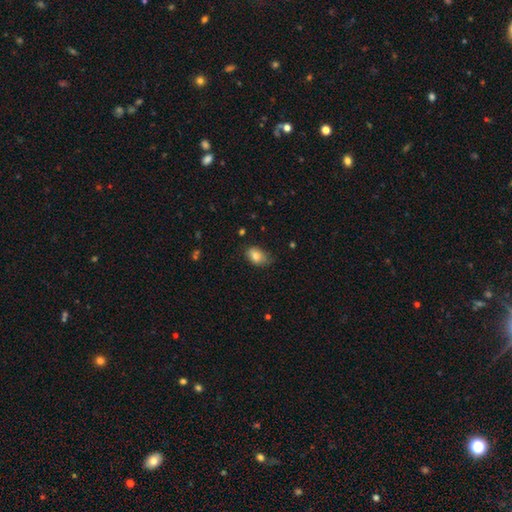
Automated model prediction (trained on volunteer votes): Overall: smooth (83%). How rounded: in between (84%). Merging: none (60%; minor disturbance 32%).